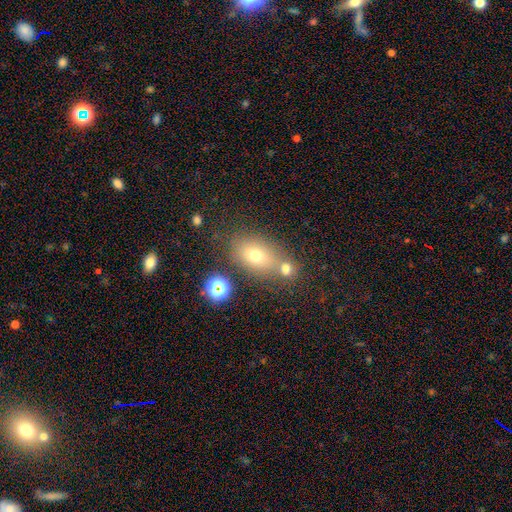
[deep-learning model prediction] Morphology: type=smooth (66%); roundness=in between (75%); merging=none (61%).